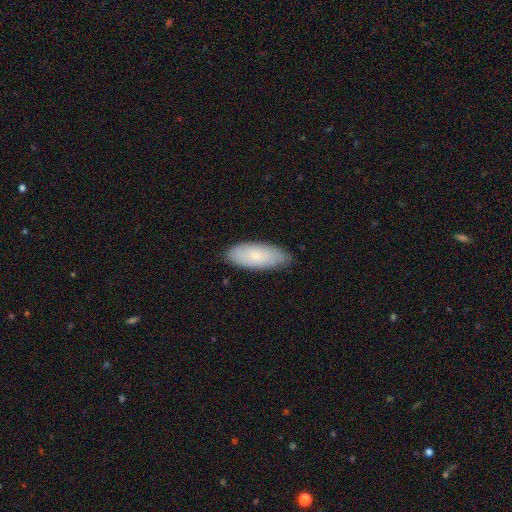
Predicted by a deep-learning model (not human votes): Smooth or featured?
  - smooth: 71% *
  - featured or disk: 22%
  - star or artifact: 6%
How rounded?
  - in between: 82% *
  - cigar-shaped: 16%
  - round: 2%
Merging?
  - none: 78% *
  - minor disturbance: 18%
  - major disturbance: 3%
  - merger: 1%